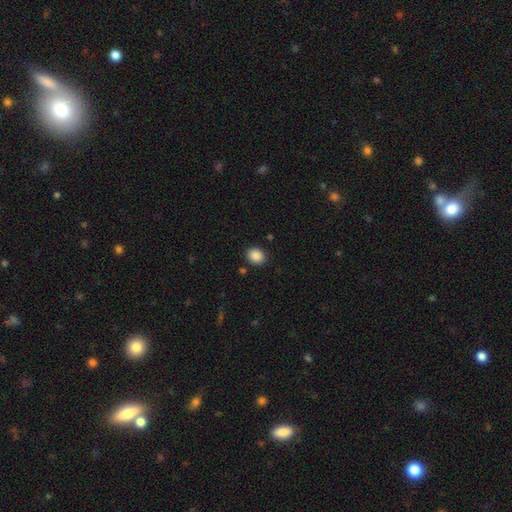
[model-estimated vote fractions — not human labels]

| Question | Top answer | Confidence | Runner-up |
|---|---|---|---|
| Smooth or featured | smooth | 88% | star or artifact (9%) |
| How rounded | round | 55% | in between (44%) |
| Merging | none | 88% | minor disturbance (8%) |